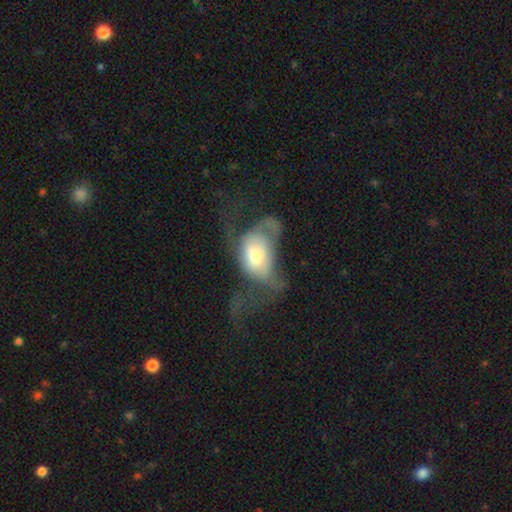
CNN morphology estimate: A smooth galaxy with no disk features (48%).

Vote fractions:
- Smooth or featured? smooth: 48% / featured or disk: 45% / star or artifact: 7%
- Merging? major disturbance: 66% / none: 13% / minor disturbance: 12% / merger: 9%